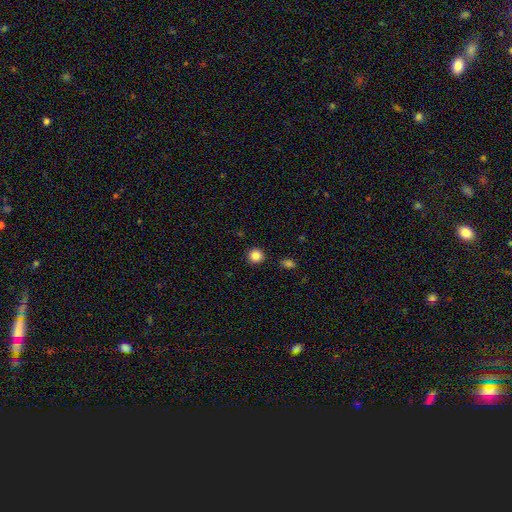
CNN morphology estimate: type=smooth (85%); roundness=round (93%); merging=none (90%).